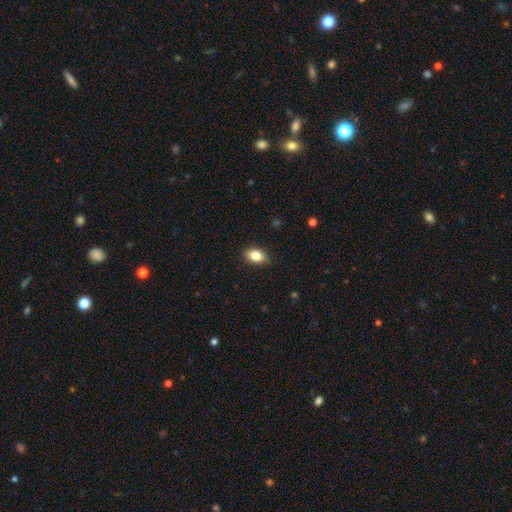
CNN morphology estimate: type=smooth (84%); roundness=in between (85%); merging=none (85%).